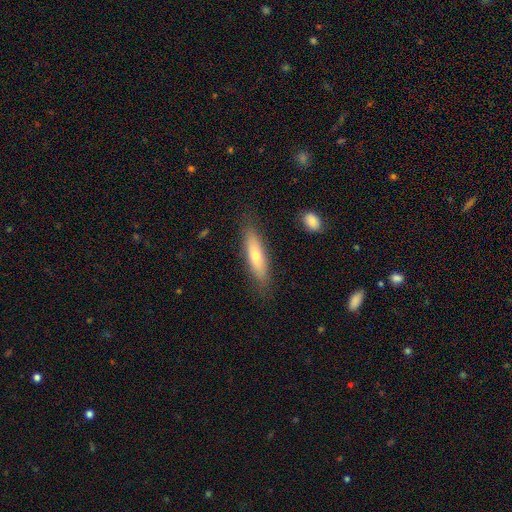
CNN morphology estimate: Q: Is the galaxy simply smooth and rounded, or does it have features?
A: smooth — 63%.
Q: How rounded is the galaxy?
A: cigar-shaped — 69%.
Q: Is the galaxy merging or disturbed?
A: none — 84%.